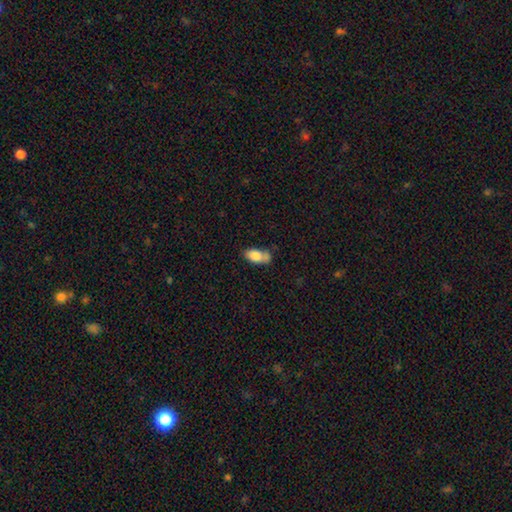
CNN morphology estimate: Smooth or featured? Predicted: smooth (p=0.81). How rounded? Predicted: in between (p=0.90). Merging? Predicted: none (p=0.49).